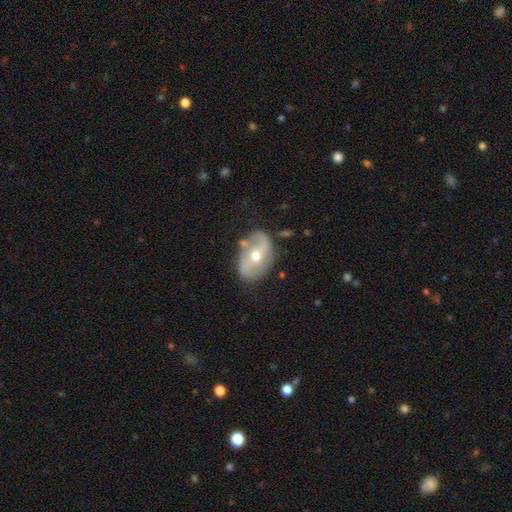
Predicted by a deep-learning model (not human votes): A featured or disk galaxy (71%) with no bar (40%), spiral arms (70%) and a moderate central bulge (72%). Merging: none (66%).